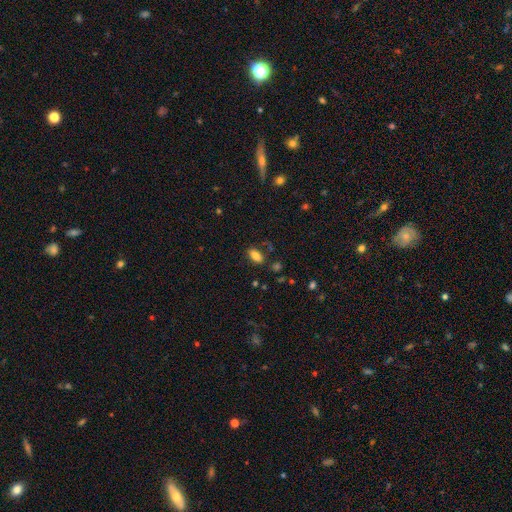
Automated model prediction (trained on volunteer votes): This is clearly a smooth galaxy (82%). How rounded: clearly in between (87%). Merging: clearly none (81%).